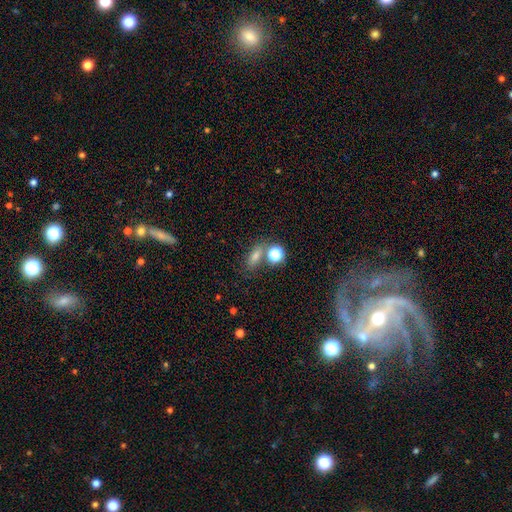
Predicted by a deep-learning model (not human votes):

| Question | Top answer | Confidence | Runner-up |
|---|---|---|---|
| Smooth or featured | smooth | 67% | star or artifact (20%) |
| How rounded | in between | 62% | round (20%) |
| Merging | none | 61% | merger (19%) |